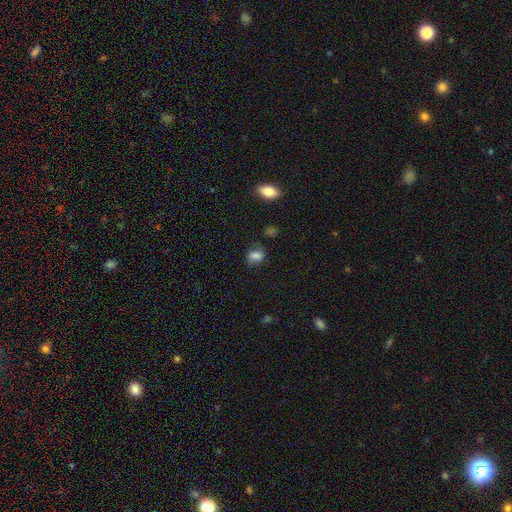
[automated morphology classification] Smooth or featured? Predicted: smooth (p=0.76). How rounded? Predicted: in between (p=0.67). Merging? Predicted: none (p=0.66).